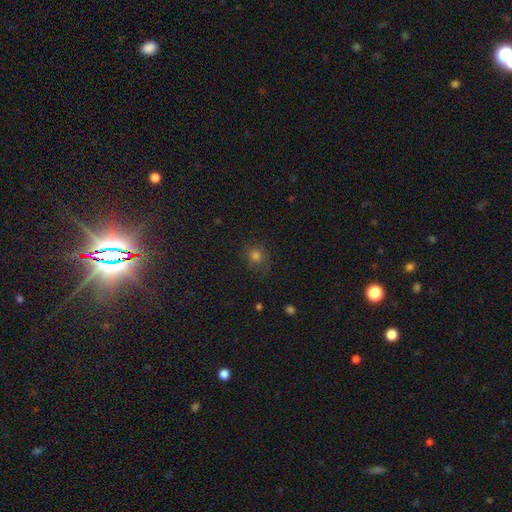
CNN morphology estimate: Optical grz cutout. It shows a smooth galaxy with no disk features (73%) that is round (81%). Merging: none (81%).